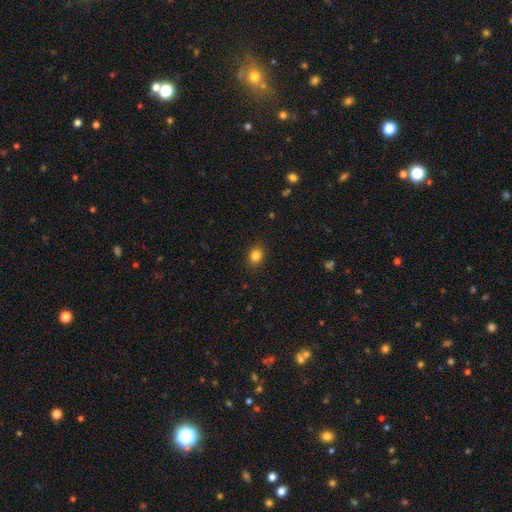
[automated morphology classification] Smooth or featured? Predicted: smooth (p=0.84). How rounded? Predicted: round (p=0.55). Merging? Predicted: none (p=0.89).